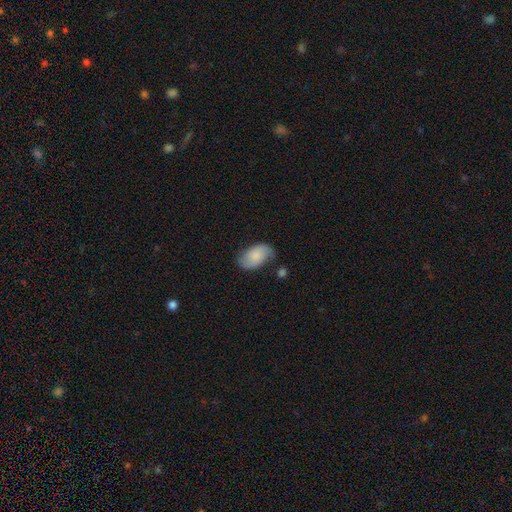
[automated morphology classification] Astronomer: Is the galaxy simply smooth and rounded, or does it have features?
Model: smooth — 67%.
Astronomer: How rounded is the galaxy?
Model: in between — 94%.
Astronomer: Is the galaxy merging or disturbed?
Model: none — 65%.